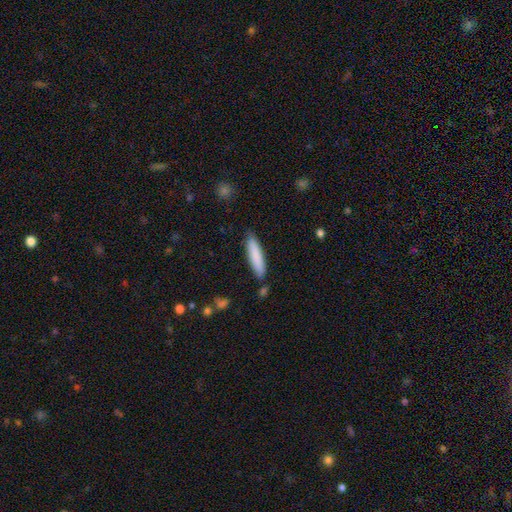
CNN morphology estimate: Q: Smooth or featured?
A: smooth (84%); runner-up: featured or disk (10%)
Q: How rounded?
A: cigar-shaped (84%); runner-up: in between (15%)
Q: Merging?
A: none (85%); runner-up: minor disturbance (11%)